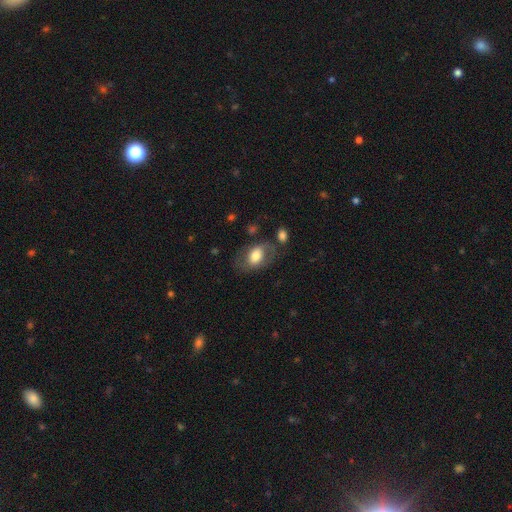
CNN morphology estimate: smooth 66%, featured or disk 27%, star or artifact 7%. Down the decision tree: how rounded — in between (83%); merging — none (59%).